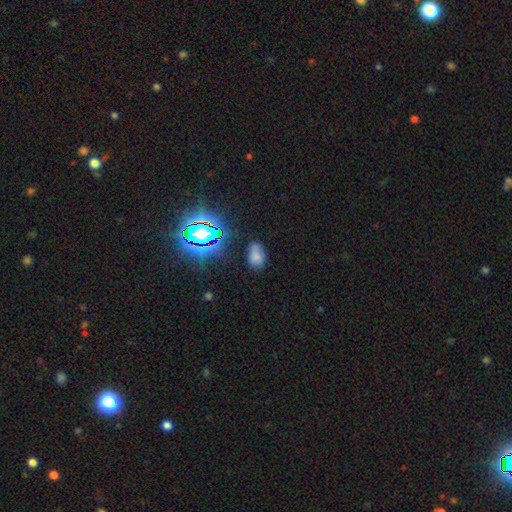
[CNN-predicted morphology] Smooth or featured? smooth (67%)
How rounded? in between (86%)
Merging? none (57%)